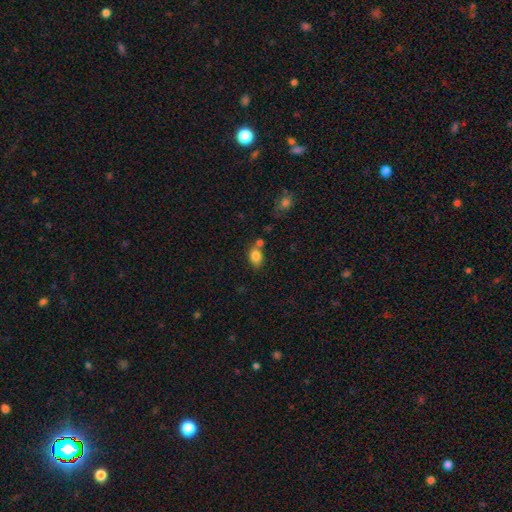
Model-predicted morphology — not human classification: smooth 83%, star or artifact 9%, featured or disk 7%. Down the decision tree: how rounded — in between (71%); merging — none (58%).